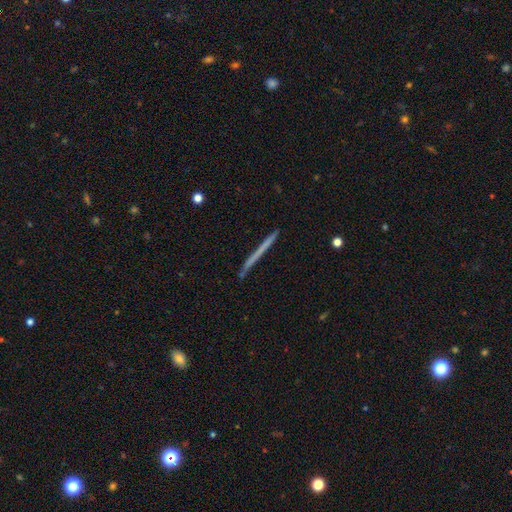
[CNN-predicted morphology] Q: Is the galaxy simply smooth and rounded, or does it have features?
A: featured or disk — 55%.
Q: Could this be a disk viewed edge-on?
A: yes — 95%.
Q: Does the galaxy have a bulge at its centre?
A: none — 68%.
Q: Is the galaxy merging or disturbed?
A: none — 88%.